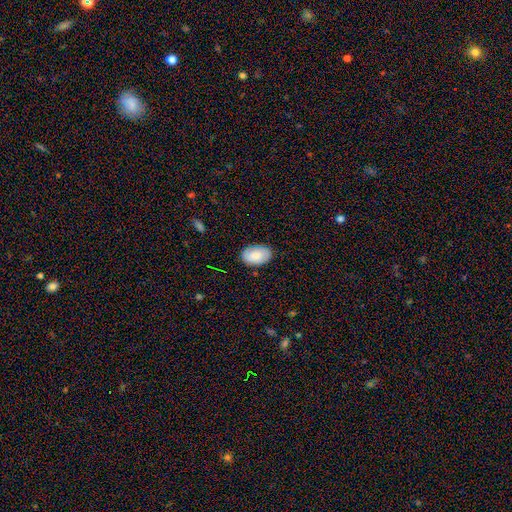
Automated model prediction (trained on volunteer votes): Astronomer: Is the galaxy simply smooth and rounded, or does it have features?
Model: smooth — 80%.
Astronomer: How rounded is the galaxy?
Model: in between — 92%.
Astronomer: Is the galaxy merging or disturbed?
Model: none — 84%.